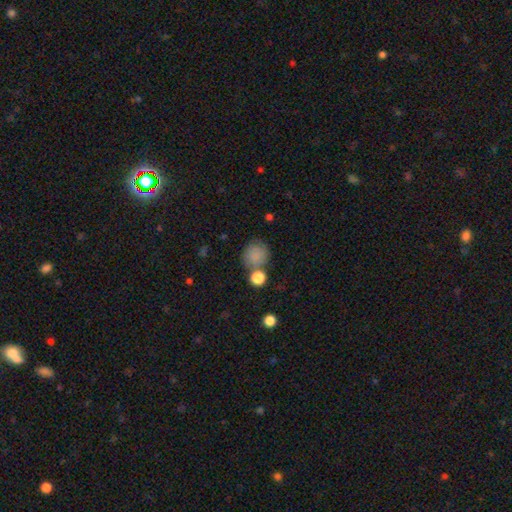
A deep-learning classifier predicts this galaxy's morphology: type=smooth (84%); roundness=round (86%); merging=none (67%).